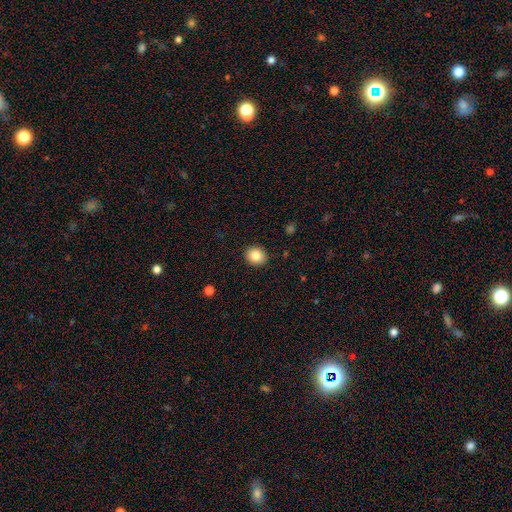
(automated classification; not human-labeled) Smooth or featured? smooth (84%)
How rounded? round (71%)
Merging? none (91%)